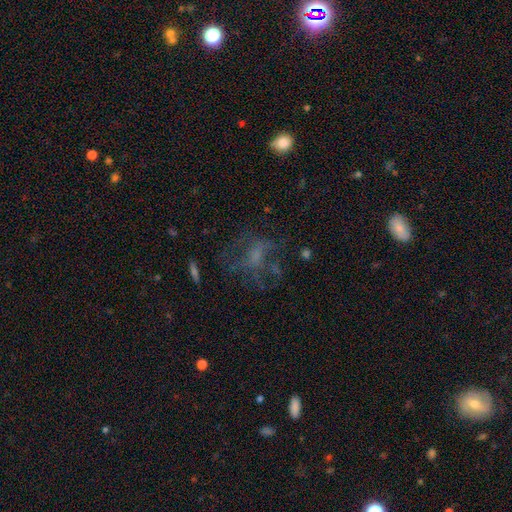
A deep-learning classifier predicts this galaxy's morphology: This appears to be a featured or disk galaxy (46%). Merging: none (49%).